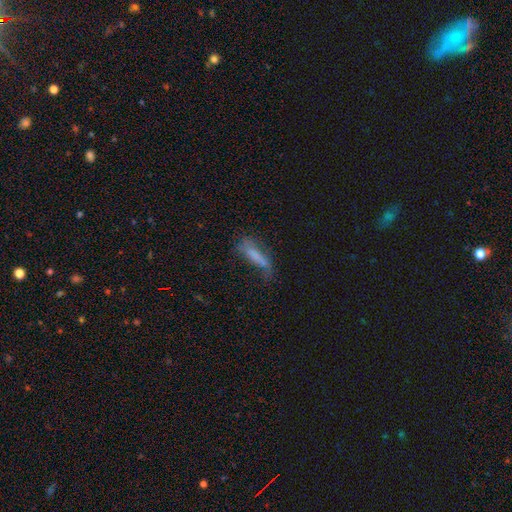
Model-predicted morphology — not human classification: type=smooth (62%); roundness=cigar-shaped (66%); merging=none (37%).